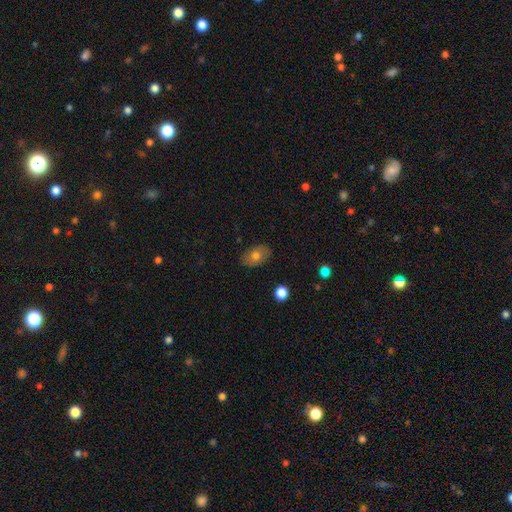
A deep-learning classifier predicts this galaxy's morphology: smooth_or_featured: smooth (p=0.71) [alt: featured or disk p=0.20]
how_rounded: in between (p=0.85) [alt: round p=0.14]
merging: none (p=0.84) [alt: minor disturbance p=0.13]